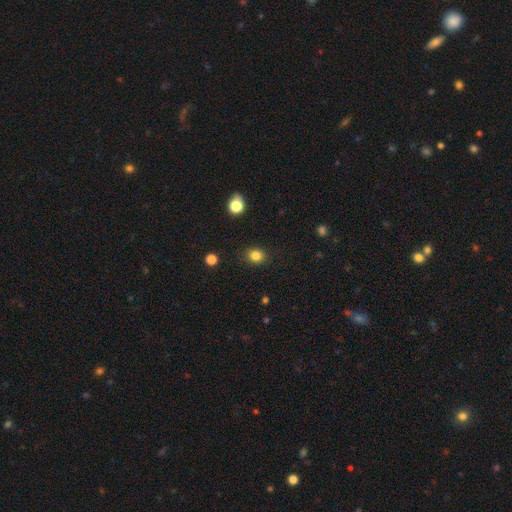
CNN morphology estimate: Smooth or featured? smooth (84%)
How rounded? round (69%)
Merging? none (88%)